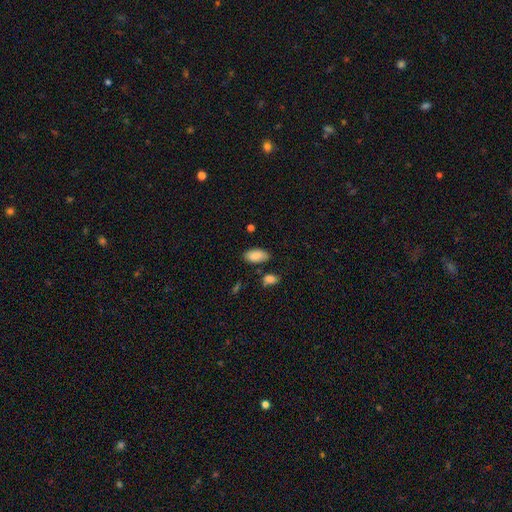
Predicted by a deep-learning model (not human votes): Morphology: type=smooth (88%); roundness=in between (94%); merging=none (80%).